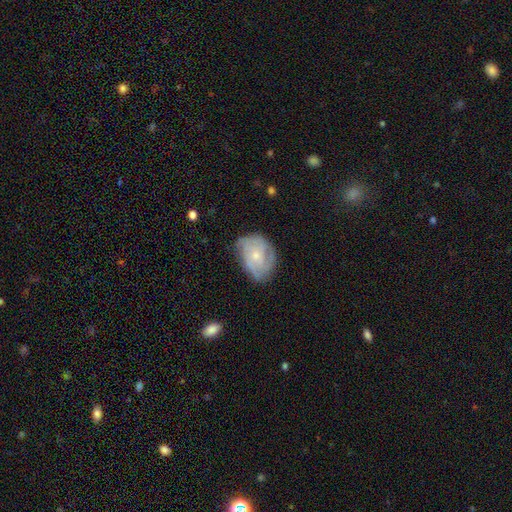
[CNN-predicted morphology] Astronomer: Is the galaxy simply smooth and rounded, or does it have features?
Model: featured or disk — 67%.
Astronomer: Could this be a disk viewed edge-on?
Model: no — 97%.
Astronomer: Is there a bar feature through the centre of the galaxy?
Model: no — 78%.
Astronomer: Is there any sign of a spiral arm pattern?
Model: yes — 87%.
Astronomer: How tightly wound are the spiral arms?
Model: tight — 53% (runner-up: medium, 35%).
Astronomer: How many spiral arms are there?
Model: can't tell — 36% (runner-up: 3, 25%).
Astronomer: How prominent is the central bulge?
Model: small — 67%.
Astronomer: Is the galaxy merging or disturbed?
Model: none — 63%.